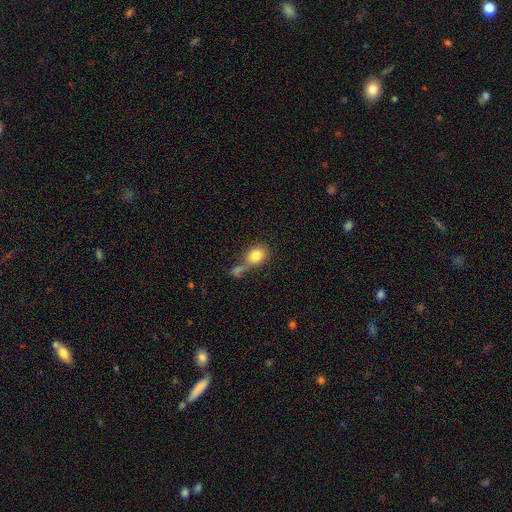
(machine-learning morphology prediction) Smooth or featured?
  - smooth: 82% *
  - featured or disk: 10%
  - star or artifact: 8%
How rounded?
  - round: 50% *
  - in between: 48%
  - cigar-shaped: 2%
Merging?
  - merger: 45% *
  - none: 32%
  - minor disturbance: 13%
  - major disturbance: 11%